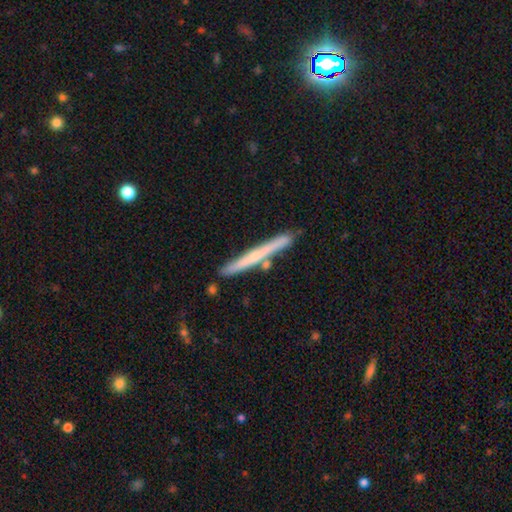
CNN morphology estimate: Smooth or featured? featured or disk (52%)
Edge-on disk? yes (96%)
Edge-on bulge? none (68%)
Merging? none (85%)